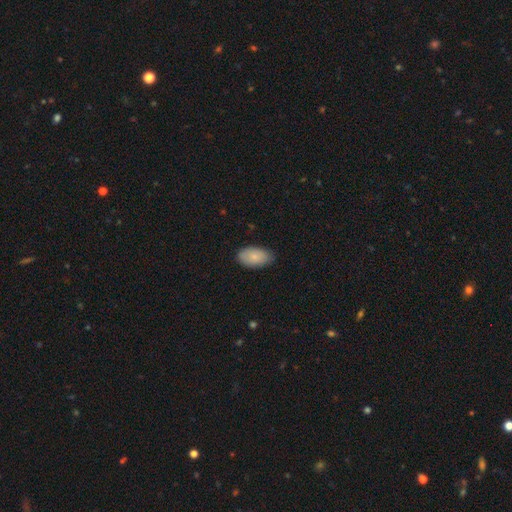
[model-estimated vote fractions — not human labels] This is clearly a smooth galaxy (81%). How rounded: clearly in between (94%). Merging: clearly none (83%).